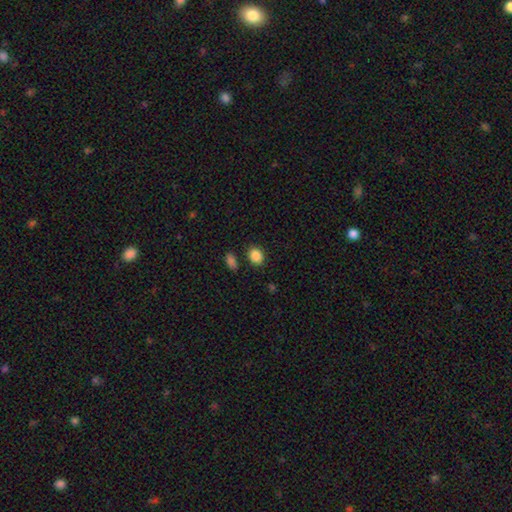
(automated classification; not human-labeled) A smooth galaxy with no disk features (87%) that is in between round and cigar-shaped (57%). Merging: none (83%).